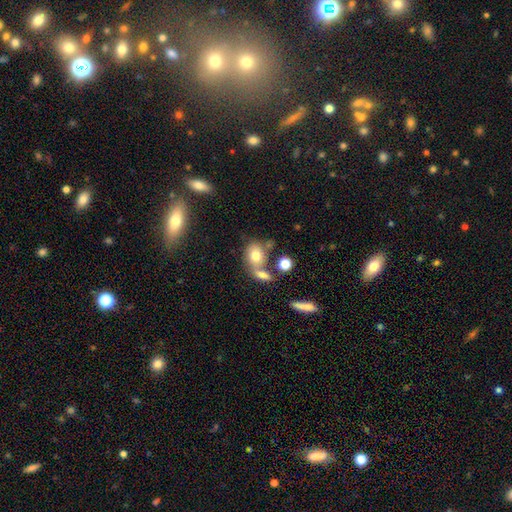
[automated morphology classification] Q: Smooth or featured?
A: smooth (74%); runner-up: featured or disk (16%)
Q: How rounded?
A: in between (50%); runner-up: round (48%)
Q: Merging?
A: none (43%); runner-up: merger (37%)